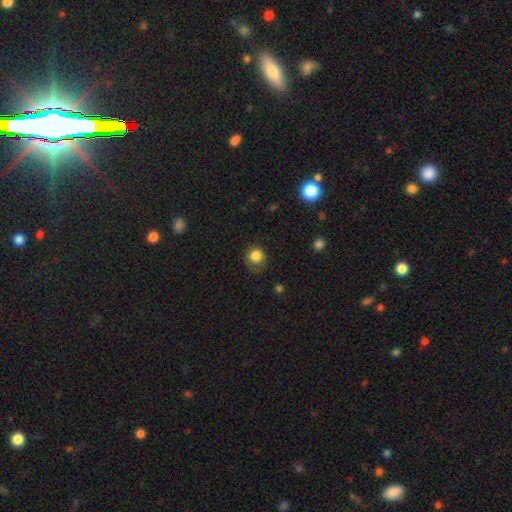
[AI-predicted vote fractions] Smooth or featured? smooth (82%)
How rounded? round (86%)
Merging? none (65%)